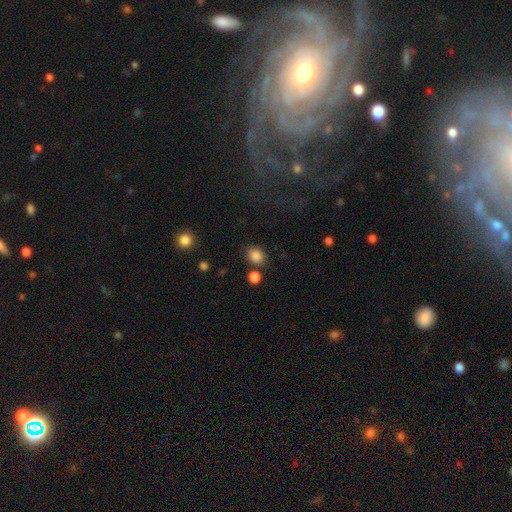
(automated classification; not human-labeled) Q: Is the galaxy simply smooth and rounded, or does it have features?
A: smooth — 86%.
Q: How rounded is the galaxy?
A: round — 54%.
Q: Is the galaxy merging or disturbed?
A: none — 77%.